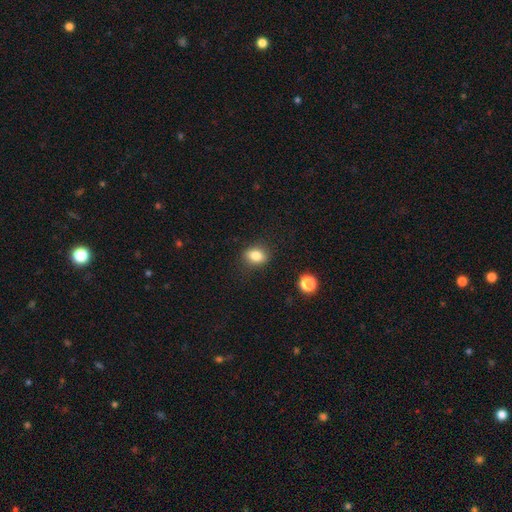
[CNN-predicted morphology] Q: Smooth or featured?
A: smooth (83%); runner-up: star or artifact (10%)
Q: How rounded?
A: in between (62%); runner-up: round (36%)
Q: Merging?
A: none (86%); runner-up: minor disturbance (10%)